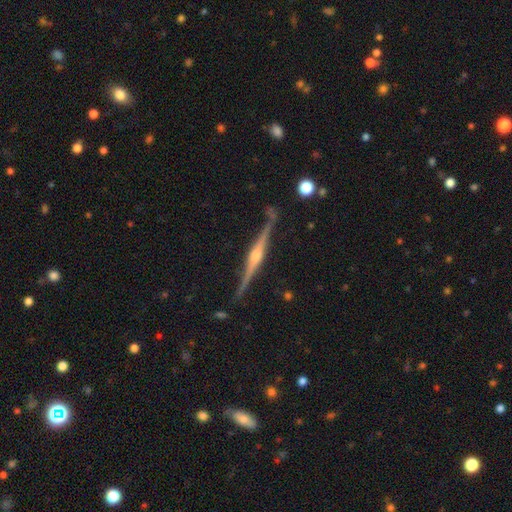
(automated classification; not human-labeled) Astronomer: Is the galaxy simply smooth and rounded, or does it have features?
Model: featured or disk — 86%.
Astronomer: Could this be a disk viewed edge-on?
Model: yes — 98%.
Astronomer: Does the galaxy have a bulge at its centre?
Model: rounded — 88%.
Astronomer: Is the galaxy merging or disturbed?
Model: none — 85%.